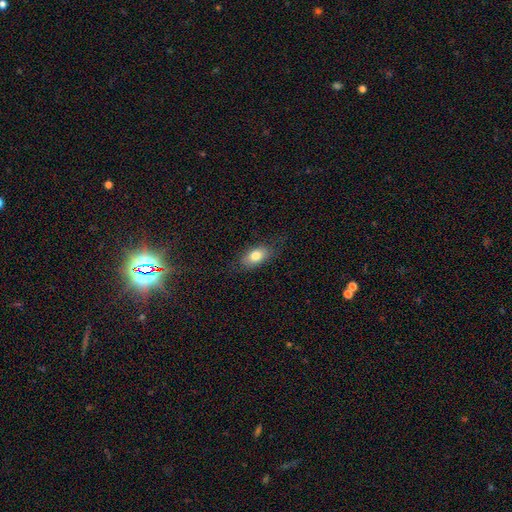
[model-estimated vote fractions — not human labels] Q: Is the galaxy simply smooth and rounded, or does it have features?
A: smooth — 79%.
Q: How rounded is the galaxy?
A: in between — 87%.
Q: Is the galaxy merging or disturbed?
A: none — 79%.